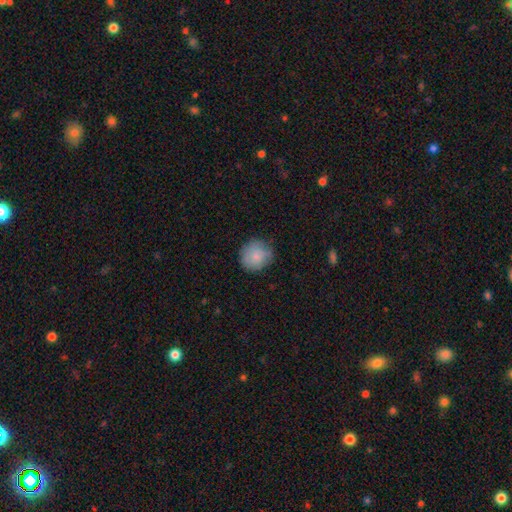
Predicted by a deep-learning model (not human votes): Smooth or featured? smooth (82%)
How rounded? round (87%)
Merging? none (72%)